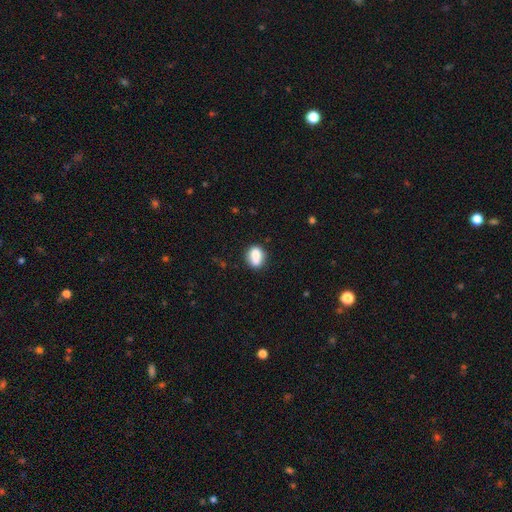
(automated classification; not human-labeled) Q: Smooth or featured?
A: smooth (82%); runner-up: featured or disk (10%)
Q: How rounded?
A: in between (58%); runner-up: round (39%)
Q: Merging?
A: none (74%); runner-up: minor disturbance (16%)